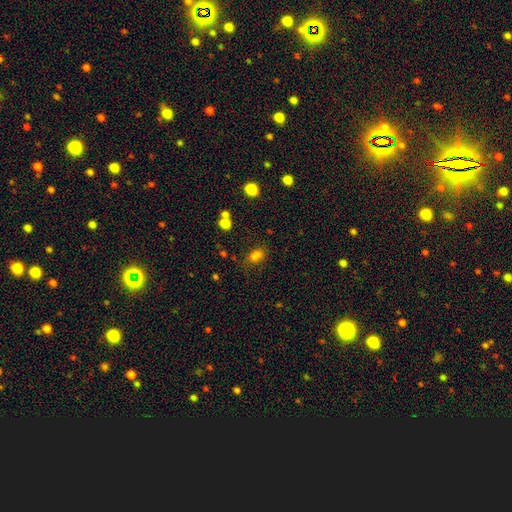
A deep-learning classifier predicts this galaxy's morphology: A smooth galaxy with no disk features (79%) that is in between round and cigar-shaped (81%).

Vote fractions:
- Smooth or featured? smooth: 79% / star or artifact: 15% / featured or disk: 6%
- How rounded? in between: 81% / round: 17% / cigar-shaped: 2%
- Merging? none: 65% / minor disturbance: 19% / merger: 8% / major disturbance: 7%